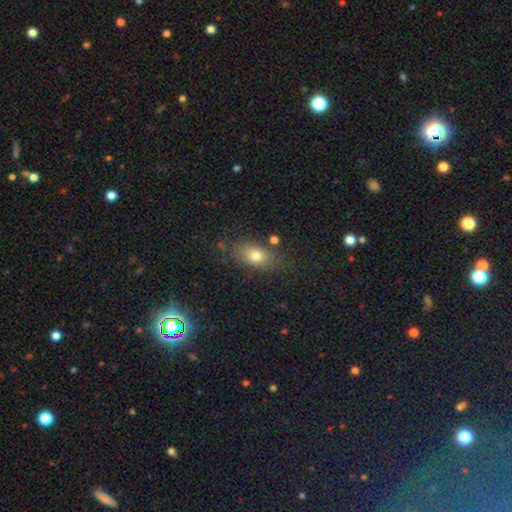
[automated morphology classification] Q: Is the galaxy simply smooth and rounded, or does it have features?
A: smooth — 75%.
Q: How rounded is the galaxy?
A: in between — 82%.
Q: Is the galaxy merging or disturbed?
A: none — 74%.